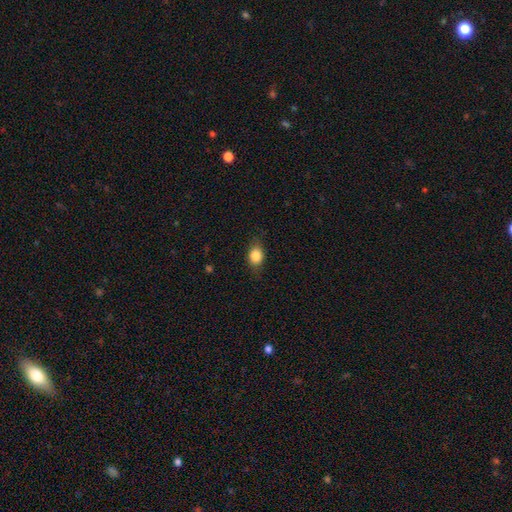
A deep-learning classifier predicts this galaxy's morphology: This appears to be a smooth galaxy with no disk features (83%) that is in between round and cigar-shaped (62%). Merging: none (78%).